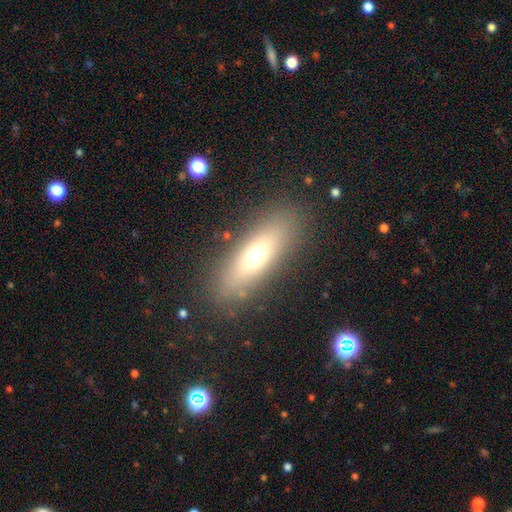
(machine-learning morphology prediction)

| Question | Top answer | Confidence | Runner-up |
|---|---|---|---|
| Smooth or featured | smooth | 60% | featured or disk (30%) |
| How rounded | cigar-shaped | 49% | in between (48%) |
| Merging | none | 86% | minor disturbance (9%) |